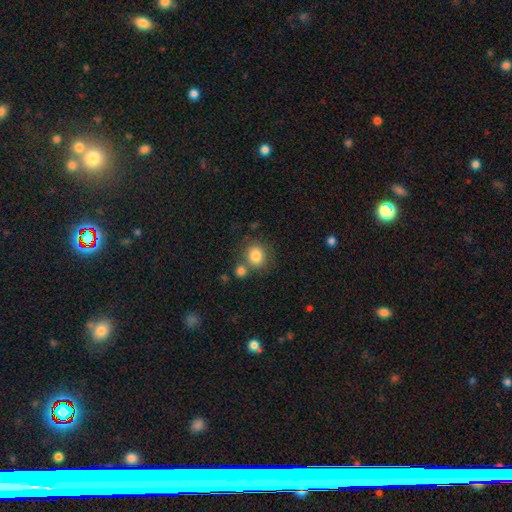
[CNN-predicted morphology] The model was most divided on "merging": none: 65%, merger: 20%, minor disturbance: 11%, major disturbance: 4%. More confident: smooth or featured — smooth (82%); how rounded — round (79%).